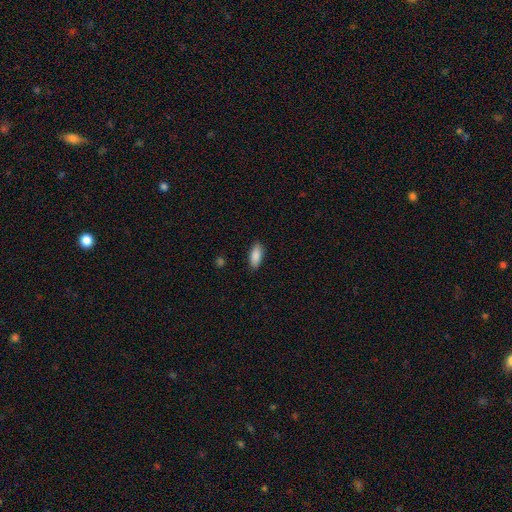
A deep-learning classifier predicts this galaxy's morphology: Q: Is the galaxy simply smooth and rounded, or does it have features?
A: smooth — 89%.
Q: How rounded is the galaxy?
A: in between — 83%.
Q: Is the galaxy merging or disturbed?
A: none — 88%.